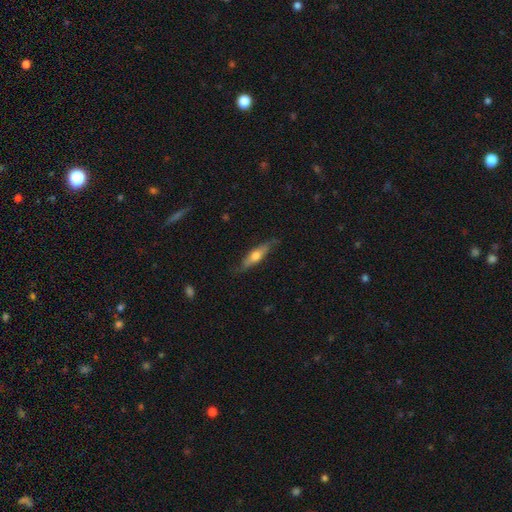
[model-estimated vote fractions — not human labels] A smooth galaxy with no disk features (52%) that is cigar-shaped (69%).

Vote fractions:
- Smooth or featured? smooth: 52% / featured or disk: 43% / star or artifact: 6%
- How rounded? cigar-shaped: 69% / in between: 29% / round: 2%
- Merging? none: 78% / minor disturbance: 17% / major disturbance: 3% / merger: 1%